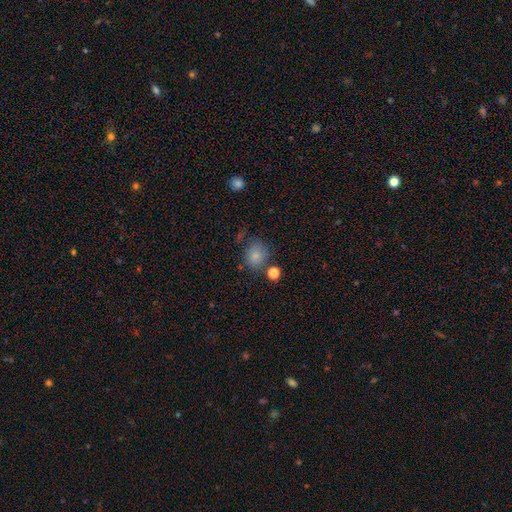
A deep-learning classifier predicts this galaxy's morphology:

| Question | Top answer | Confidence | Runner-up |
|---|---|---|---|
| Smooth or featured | smooth | 81% | star or artifact (12%) |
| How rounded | round | 64% | in between (35%) |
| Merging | none | 65% | minor disturbance (18%) |